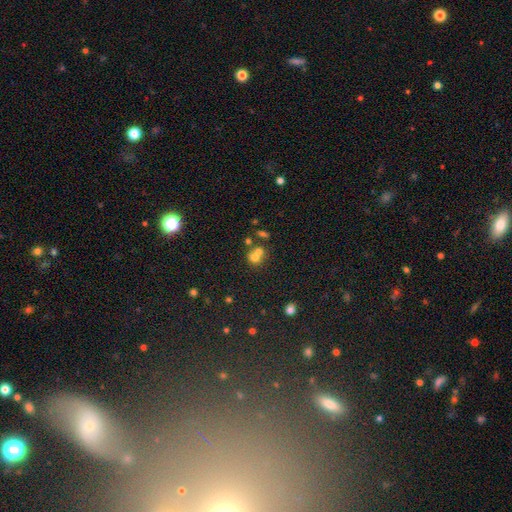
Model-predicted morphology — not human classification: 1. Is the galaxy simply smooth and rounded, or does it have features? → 65% smooth, 18% featured or disk, 17% star or artifact.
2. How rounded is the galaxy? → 77% round, 22% in between, 1% cigar-shaped.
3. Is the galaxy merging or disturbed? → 55% merger, 35% none, 7% minor disturbance, 4% major disturbance.